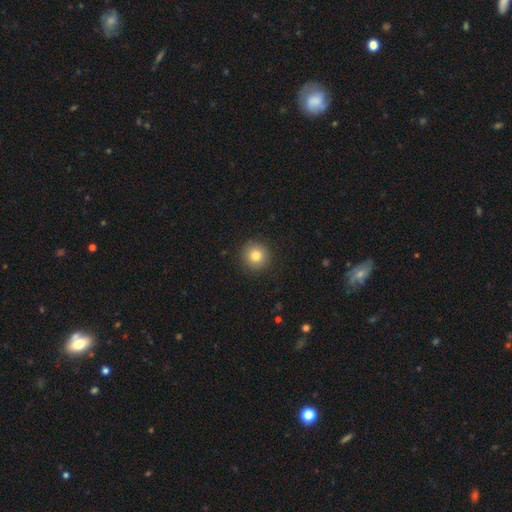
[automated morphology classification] A smooth galaxy with no disk features (82%) that is round (95%). Merging: none (91%).